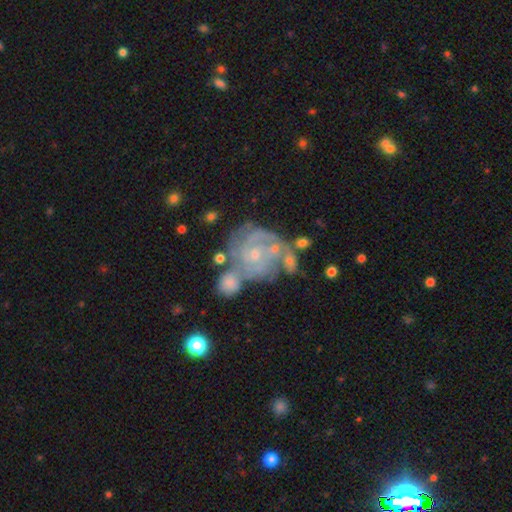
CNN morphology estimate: featured or disk 82%, smooth 10%, star or artifact 8%. Down the decision tree: edge-on disk — no (98%); bar — no (69%); spiral arms — yes (93%); spiral arm count — can't tell (32%); spiral winding — tight (66%); bulge size — small (68%); merging — none (45%).